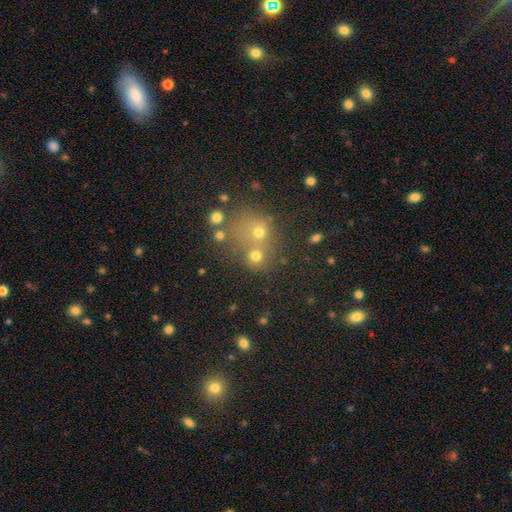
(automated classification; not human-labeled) smooth 68%, star or artifact 20%, featured or disk 13%. Down the decision tree: how rounded — round (80%); merging — none (47%).